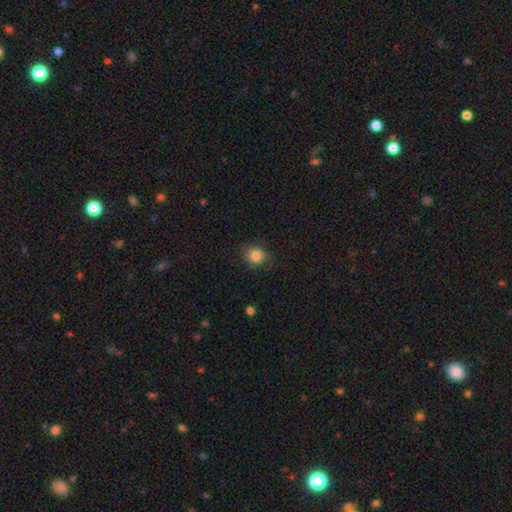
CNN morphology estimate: A smooth galaxy with no disk features (85%) that is round (81%).

Vote fractions:
- Smooth or featured? smooth: 85% / star or artifact: 10% / featured or disk: 5%
- How rounded? round: 81% / in between: 18% / cigar-shaped: 1%
- Merging? none: 81% / minor disturbance: 14% / major disturbance: 4% / merger: 1%